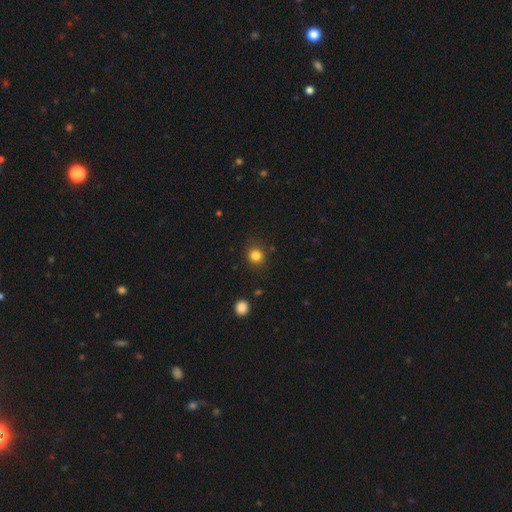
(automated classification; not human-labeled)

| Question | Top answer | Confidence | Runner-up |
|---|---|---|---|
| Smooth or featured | smooth | 83% | star or artifact (12%) |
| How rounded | round | 86% | in between (13%) |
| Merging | none | 86% | minor disturbance (10%) |